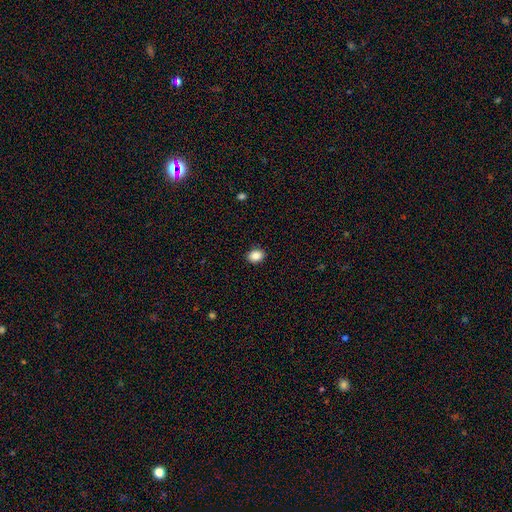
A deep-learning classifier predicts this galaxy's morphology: Smooth or featured? smooth (88%)
How rounded? in between (57%)
Merging? none (90%)